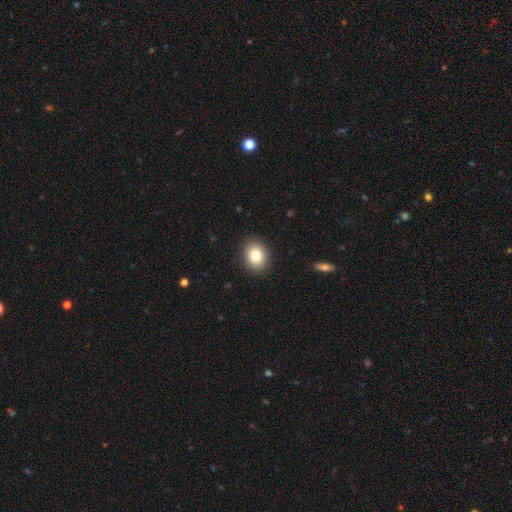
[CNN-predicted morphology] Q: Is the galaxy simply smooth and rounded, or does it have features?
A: smooth — 82%.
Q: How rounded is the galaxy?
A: in between — 55%.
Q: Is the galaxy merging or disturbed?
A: none — 89%.